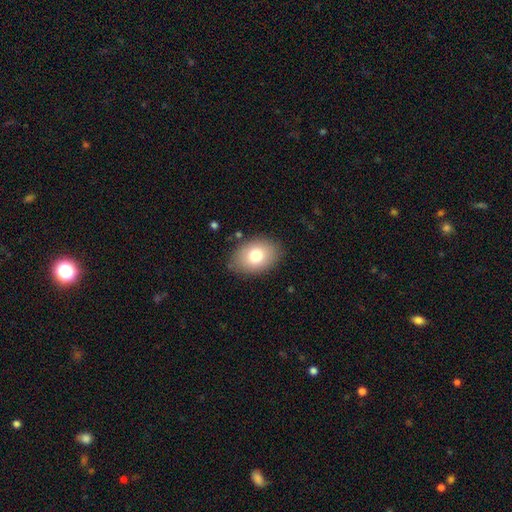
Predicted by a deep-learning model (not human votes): Smooth or featured: smooth — 77% (featured or disk — 14%)
How rounded: in between — 79% (round — 20%)
Merging: none — 83% (minor disturbance — 13%)